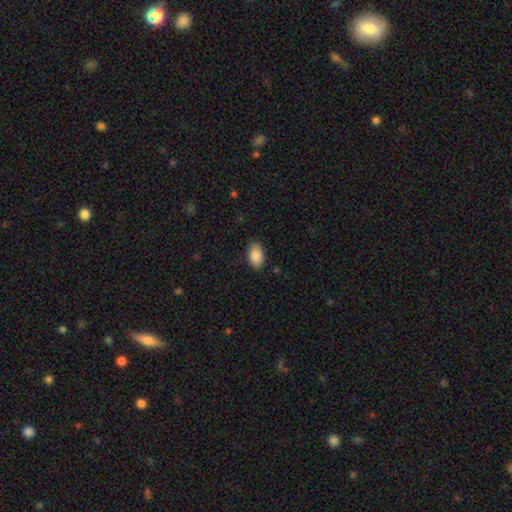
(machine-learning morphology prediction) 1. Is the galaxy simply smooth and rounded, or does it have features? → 89% smooth, 7% star or artifact, 4% featured or disk.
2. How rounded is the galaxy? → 93% in between, 5% round, 2% cigar-shaped.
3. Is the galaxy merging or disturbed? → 85% none, 11% minor disturbance, 3% major disturbance, 1% merger.